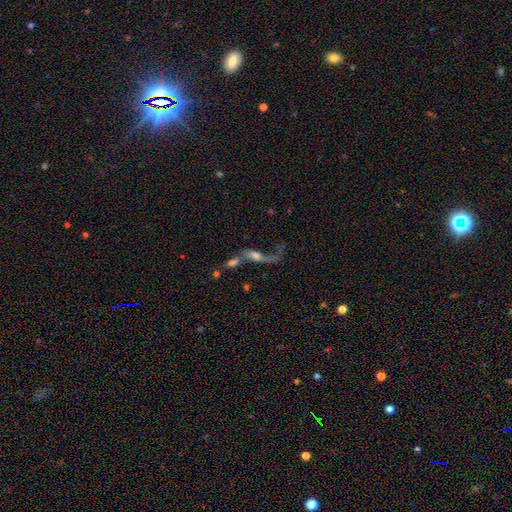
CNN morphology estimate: A featured or disk galaxy (62%).

Vote fractions:
- Smooth or featured? featured or disk: 62% / smooth: 27% / star or artifact: 12%
- Edge-on disk? no: 79% / yes: 21%
- Merging? merger: 50% / none: 21% / major disturbance: 19% / minor disturbance: 10%